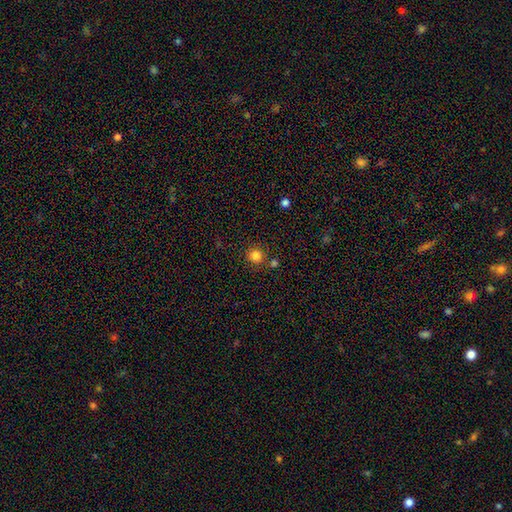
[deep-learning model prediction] Smooth or featured? smooth (83%)
How rounded? round (93%)
Merging? none (81%)